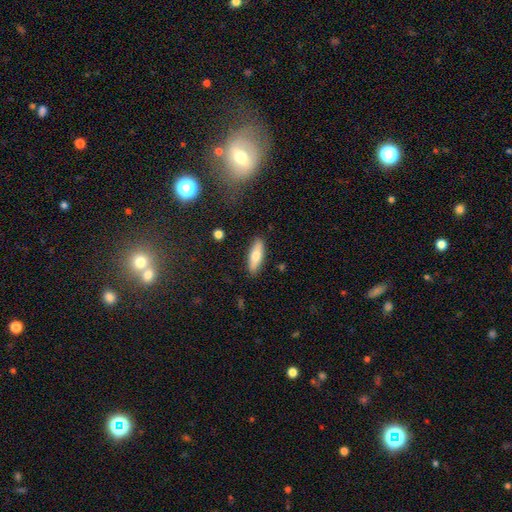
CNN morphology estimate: A smooth galaxy with no disk features (71%) that is cigar-shaped (51%).

Vote fractions:
- Smooth or featured? smooth: 71% / featured or disk: 23% / star or artifact: 6%
- How rounded? cigar-shaped: 51% / in between: 47% / round: 2%
- Merging? none: 88% / minor disturbance: 9% / major disturbance: 2% / merger: 2%